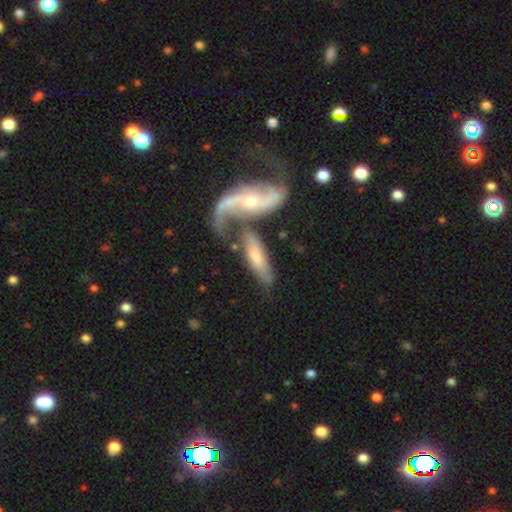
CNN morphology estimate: type=featured or disk (61%); edge-on=no (68%); merging=merger (51%).